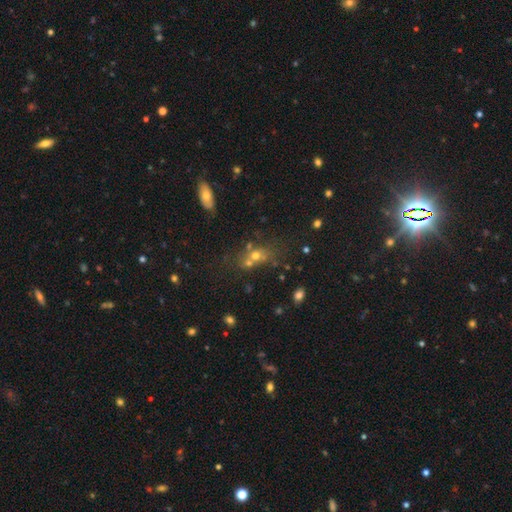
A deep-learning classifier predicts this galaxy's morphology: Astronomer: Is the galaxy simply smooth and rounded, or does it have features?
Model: smooth — 58%.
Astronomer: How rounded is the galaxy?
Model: round — 58% (runner-up: in between, 38%).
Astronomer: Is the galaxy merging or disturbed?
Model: merger — 43% (runner-up: none, 39%).